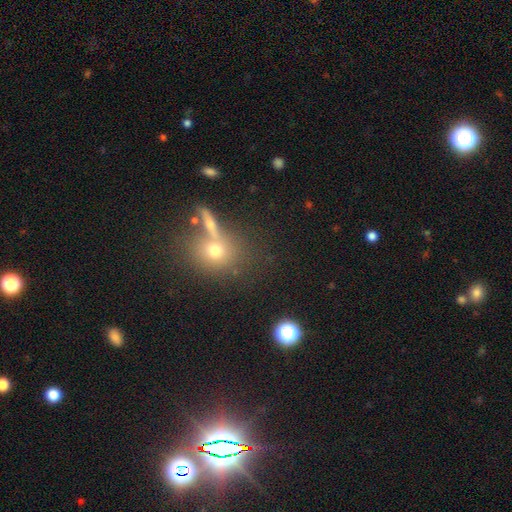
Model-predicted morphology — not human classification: Smooth or featured? Predicted: smooth (p=0.49). Merging? Predicted: none (p=0.53).